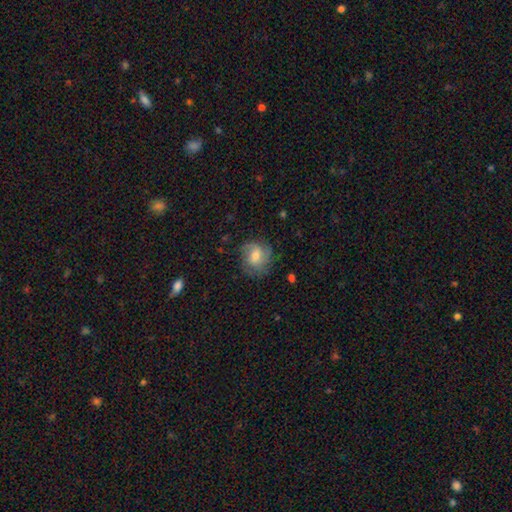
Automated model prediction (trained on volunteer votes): smooth_or_featured: featured or disk (p=0.52) [alt: smooth p=0.40]
disk_edge_on: no (p=0.97) [alt: yes p=0.03]
bar: no (p=0.58) [alt: weak p=0.35]
has_spiral_arms: yes (p=0.86) [alt: no p=0.14]
bulge_size: moderate (p=0.62) [alt: small p=0.25]
merging: none (p=0.69) [alt: minor disturbance p=0.21]